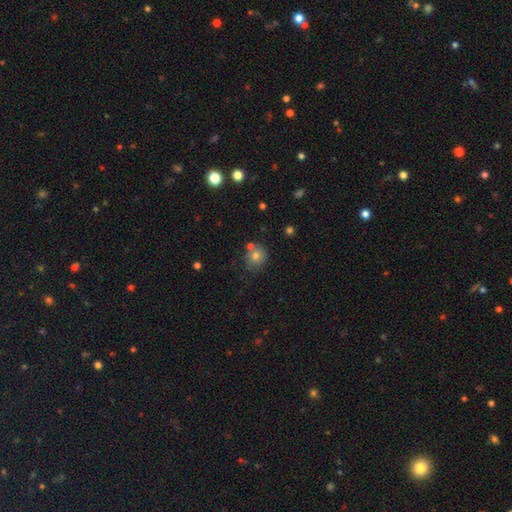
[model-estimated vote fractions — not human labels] Smooth or featured? smooth (75%)
How rounded? round (80%)
Merging? none (64%)